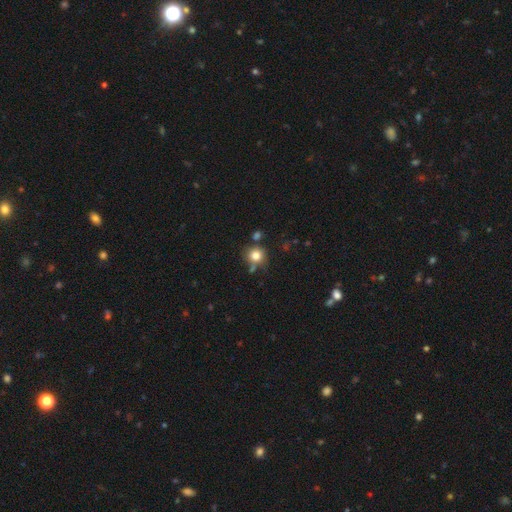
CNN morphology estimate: smooth 81%, star or artifact 12%, featured or disk 8%. Down the decision tree: how rounded — round (87%); merging — none (69%).